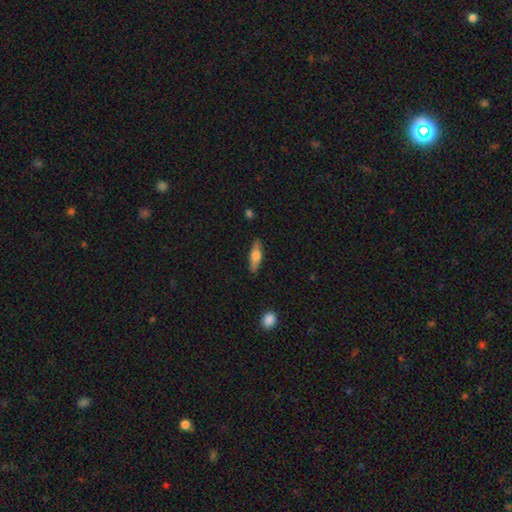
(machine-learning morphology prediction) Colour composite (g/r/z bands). It shows a smooth galaxy with no disk features (55%) that is cigar-shaped (54%). Merging: none (87%).